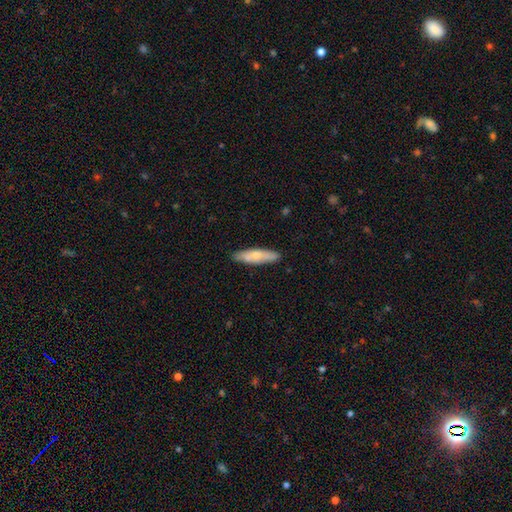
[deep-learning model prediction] Morphology: type=smooth (66%); roundness=cigar-shaped (71%); merging=none (85%).